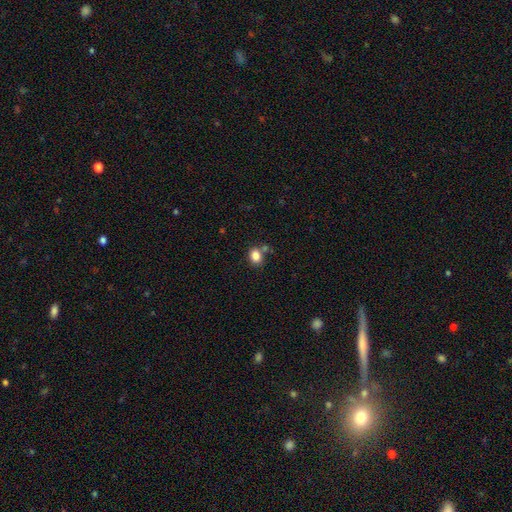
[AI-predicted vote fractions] Smooth or featured? smooth (84%)
How rounded? in between (57%)
Merging? none (68%)